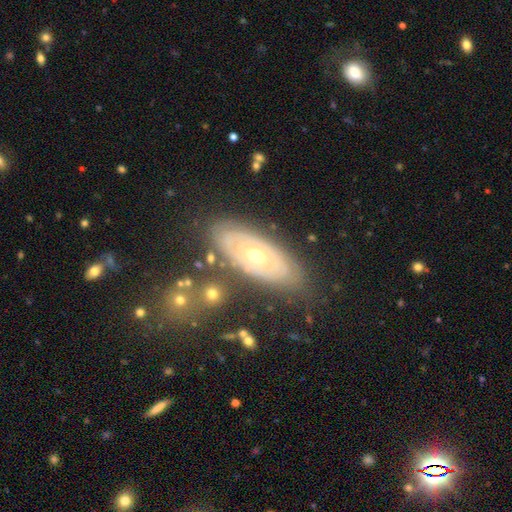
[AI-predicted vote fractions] Smooth or featured? featured or disk (68%)
Edge-on disk? no (86%)
Bar? no (90%)
Spiral arms? no (68%)
Bulge size? moderate (65%)
Merging? none (80%)